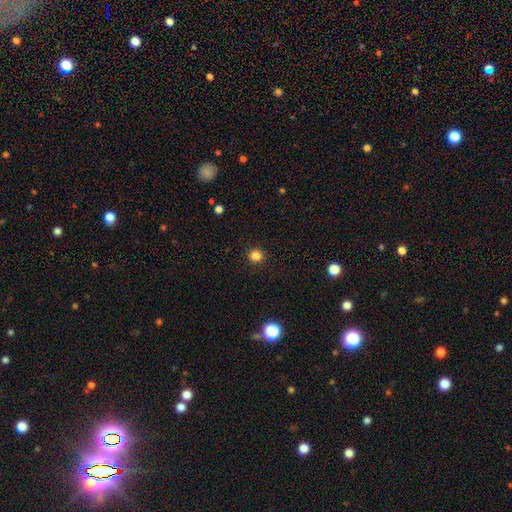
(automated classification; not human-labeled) A smooth galaxy with no disk features (83%) that is round (94%). Merging: none (92%).